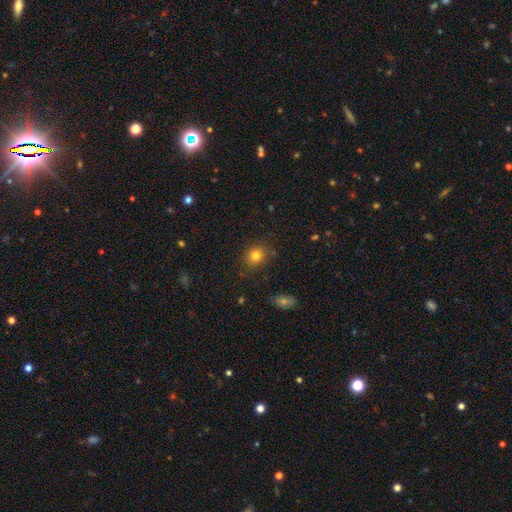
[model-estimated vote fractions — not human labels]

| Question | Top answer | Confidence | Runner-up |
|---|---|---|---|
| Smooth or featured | smooth | 81% | star or artifact (12%) |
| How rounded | round | 72% | in between (27%) |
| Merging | none | 83% | minor disturbance (11%) |